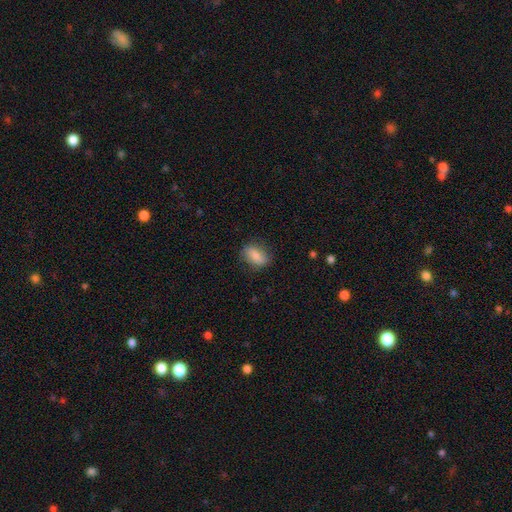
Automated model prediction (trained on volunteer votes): A smooth galaxy with no disk features (77%) that is in between round and cigar-shaped (82%). Merging: none (77%).